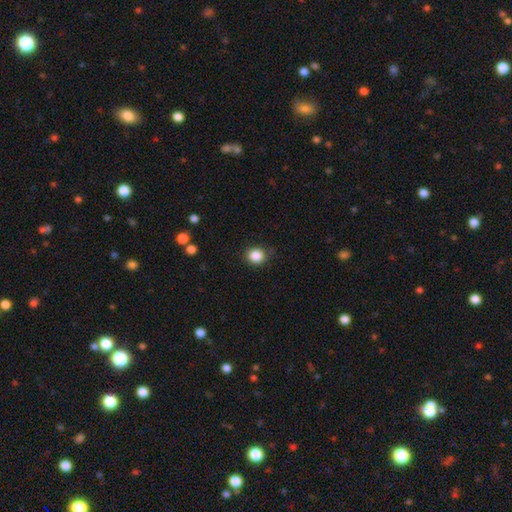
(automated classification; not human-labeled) A smooth galaxy with no disk features (87%) that is round (79%).

Vote fractions:
- Smooth or featured? smooth: 87% / star or artifact: 10% / featured or disk: 4%
- How rounded? round: 79% / in between: 20% / cigar-shaped: 1%
- Merging? none: 85% / minor disturbance: 11% / major disturbance: 3% / merger: 1%